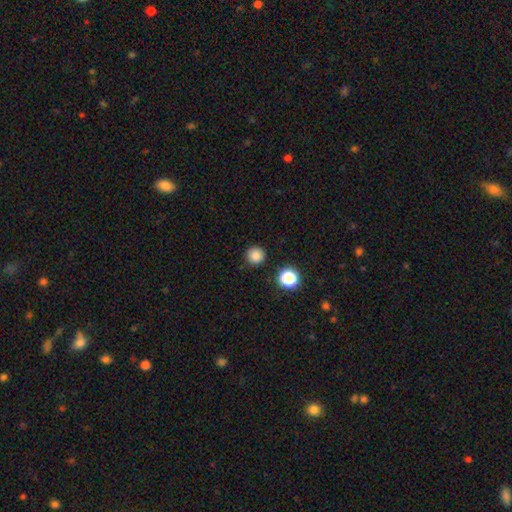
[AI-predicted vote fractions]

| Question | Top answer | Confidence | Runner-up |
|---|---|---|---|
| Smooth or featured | smooth | 82% | star or artifact (13%) |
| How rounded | round | 95% | in between (4%) |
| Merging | none | 90% | minor disturbance (6%) |